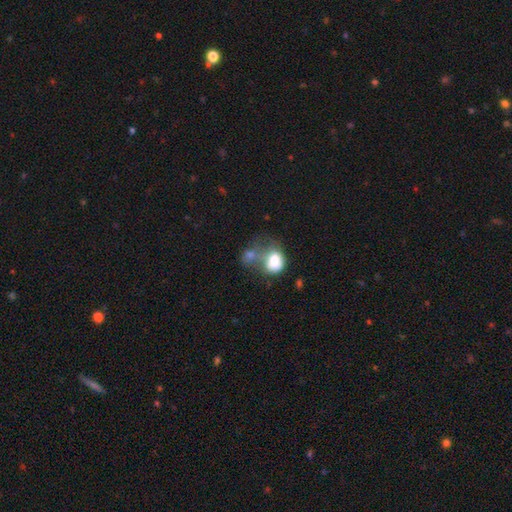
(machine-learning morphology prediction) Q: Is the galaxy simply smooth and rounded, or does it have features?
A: smooth — 71%.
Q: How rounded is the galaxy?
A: in between — 56%.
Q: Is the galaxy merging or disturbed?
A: merger — 51%.